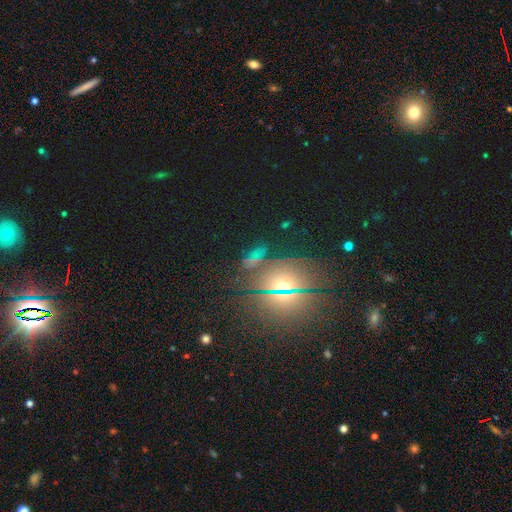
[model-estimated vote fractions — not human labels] This is possibly a star or artifact rather than a galaxy (55%).